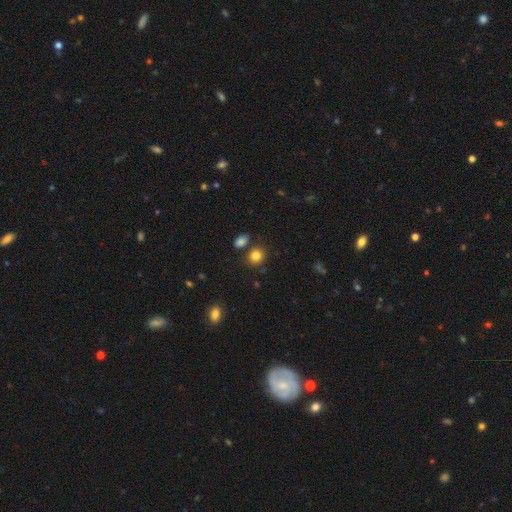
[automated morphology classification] The model was most divided on "how rounded": round: 70%, in between: 29%, cigar-shaped: 1%. More confident: smooth or featured — smooth (83%); merging — none (76%).